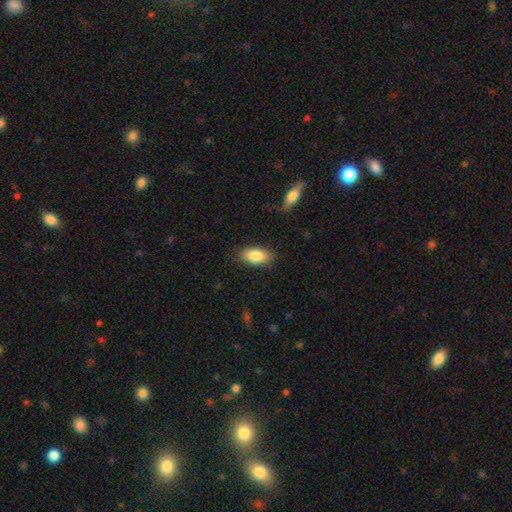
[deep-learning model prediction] Morphology: type=smooth (84%); roundness=in between (89%); merging=none (84%).